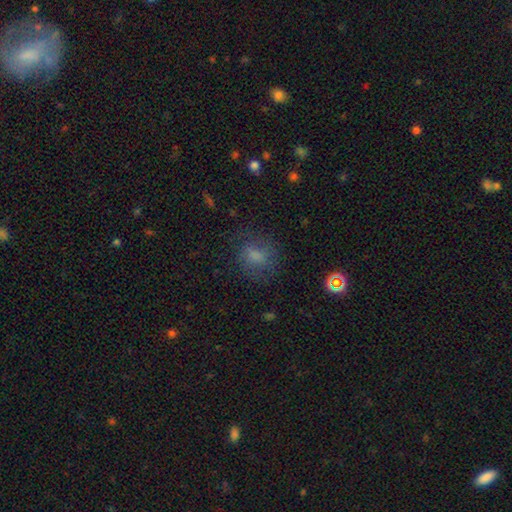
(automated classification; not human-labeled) This appears to be a smooth galaxy with no disk features (70%) that is round (59%). Merging: none (68%).